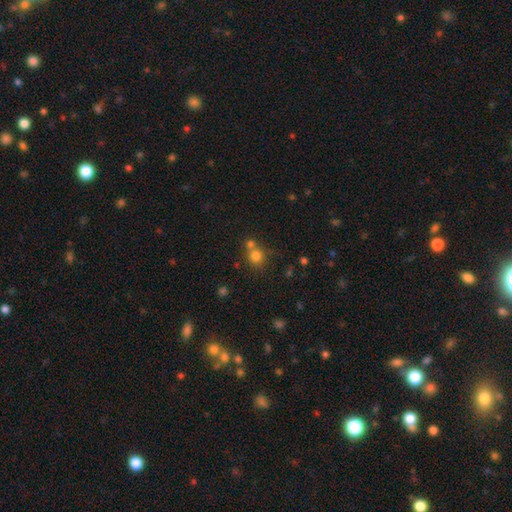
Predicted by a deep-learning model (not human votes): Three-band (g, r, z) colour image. It shows a smooth galaxy with no disk features (77%) that is round (85%). Merging: none (54%).